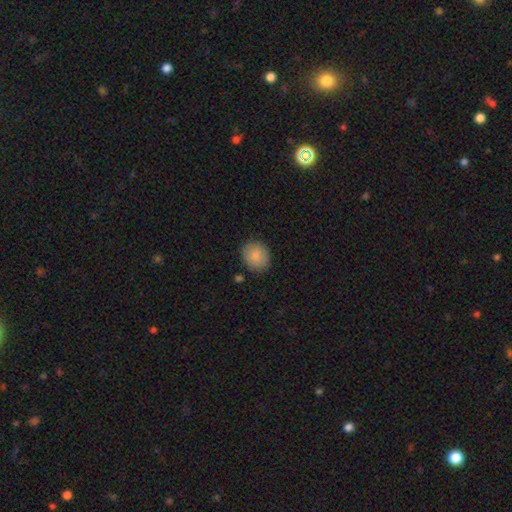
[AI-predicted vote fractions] Smooth or featured: smooth — 86% (featured or disk — 7%)
How rounded: round — 64% (in between — 35%)
Merging: none — 85% (minor disturbance — 10%)